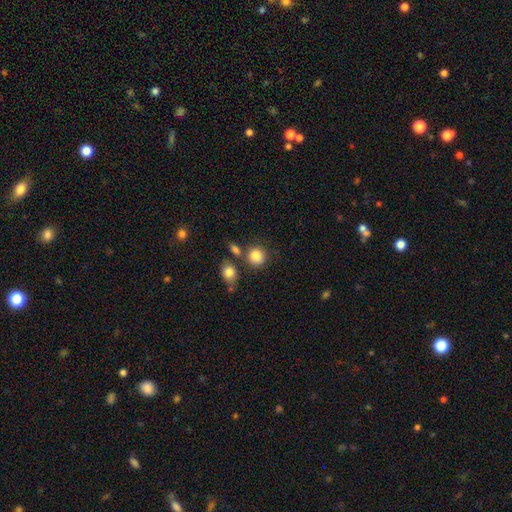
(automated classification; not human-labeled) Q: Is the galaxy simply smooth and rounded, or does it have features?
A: smooth — 85%.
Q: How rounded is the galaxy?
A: round — 85%.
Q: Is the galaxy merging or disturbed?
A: none — 70%.